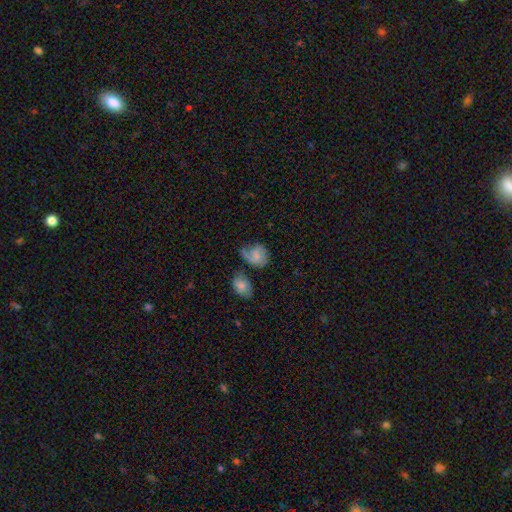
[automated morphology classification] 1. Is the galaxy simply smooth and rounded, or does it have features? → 46% featured or disk, 45% smooth, 9% star or artifact.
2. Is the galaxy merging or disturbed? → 40% none, 27% minor disturbance, 22% major disturbance, 11% merger.